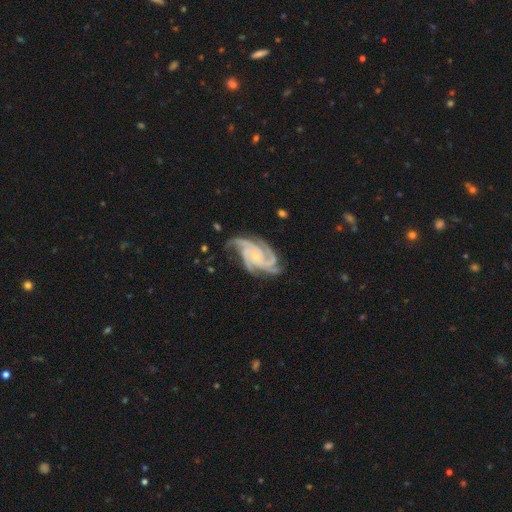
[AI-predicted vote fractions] A featured or disk galaxy (93%) with no bar (71%), 4 (42%) tight (59%) spiral arms (99%) and a small central bulge (75%). Merging: none (69%).